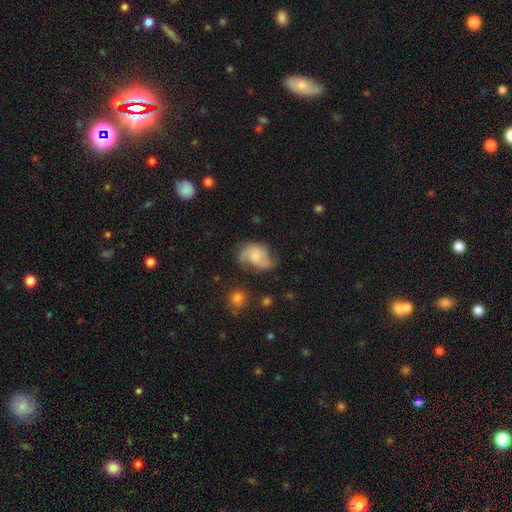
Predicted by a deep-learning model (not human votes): This appears to be a featured or disk galaxy (59%) with no bar (70%), 2 (66%) loose (44%) spiral arms (89%) and a small central bulge (38%). Merging: none (44%).